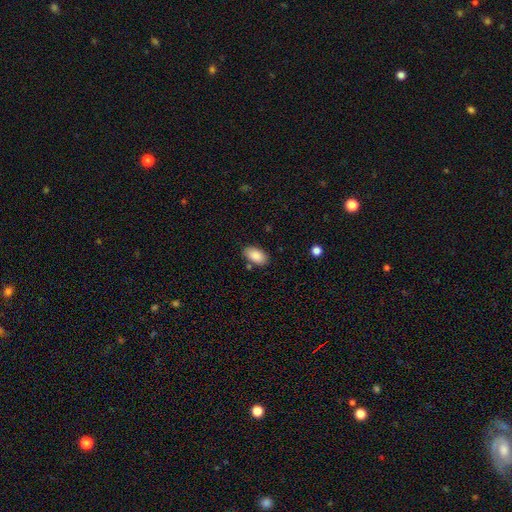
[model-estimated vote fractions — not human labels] smooth_or_featured: smooth (p=0.88) [alt: star or artifact p=0.07]
how_rounded: in between (p=0.94) [alt: round p=0.04]
merging: none (p=0.81) [alt: minor disturbance p=0.12]